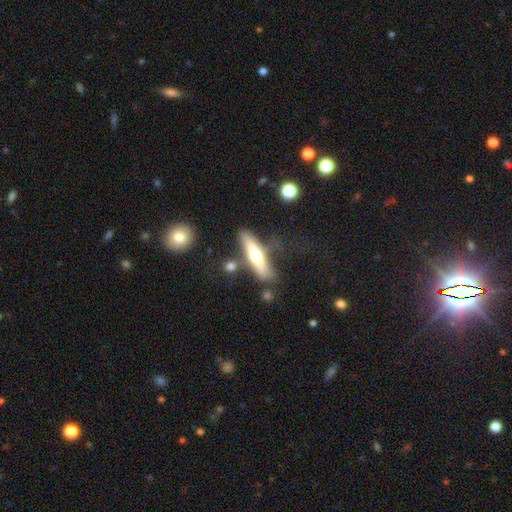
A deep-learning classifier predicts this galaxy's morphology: smooth-or-featured: featured or disk: 47% (tied) | smooth: 47% (tied) | star or artifact: 6%
  merging: none: 65% | minor disturbance: 19% | merger: 9% | major disturbance: 8%